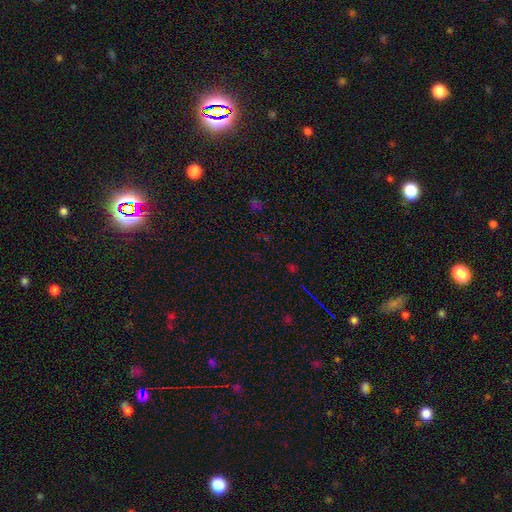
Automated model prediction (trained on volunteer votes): The model was most divided on "smooth or featured": star or artifact: 69%, smooth: 23%, featured or disk: 8%.